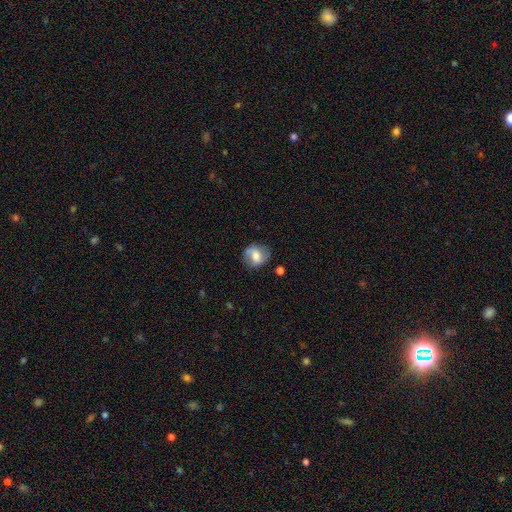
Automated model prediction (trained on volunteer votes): Smooth or featured?
  - smooth: 52% *
  - featured or disk: 40%
  - star or artifact: 8%
How rounded?
  - round: 61% *
  - in between: 38%
  - cigar-shaped: 1%
Merging?
  - none: 72% *
  - minor disturbance: 19%
  - major disturbance: 7%
  - merger: 3%